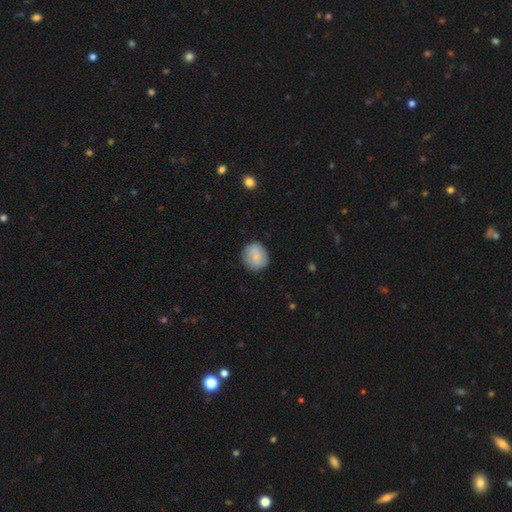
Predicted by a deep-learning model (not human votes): smooth-or-featured: smooth: 77% | featured or disk: 16% | star or artifact: 7%
  how-rounded: round: 84% | in between: 15% | cigar-shaped: 1%
  merging: none: 84% | minor disturbance: 12% | major disturbance: 3% | merger: 1%